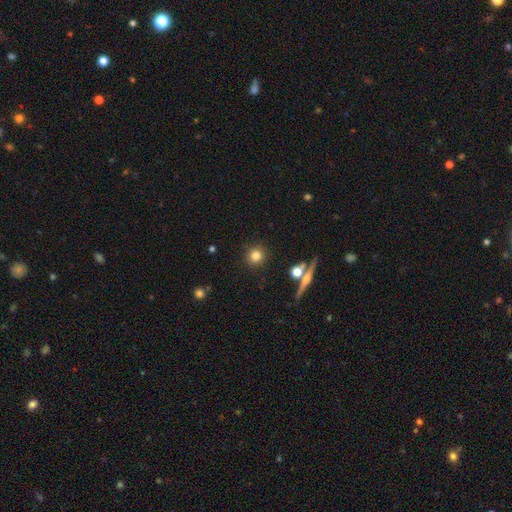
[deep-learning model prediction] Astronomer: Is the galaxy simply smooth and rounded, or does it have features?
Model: smooth — 78%.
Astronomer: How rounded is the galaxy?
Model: round — 93%.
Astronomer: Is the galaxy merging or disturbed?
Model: none — 88%.